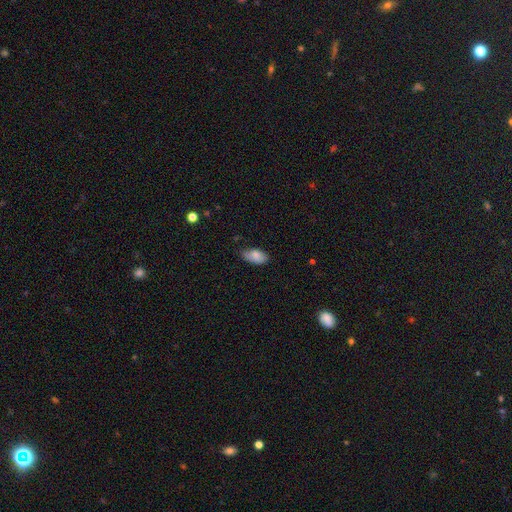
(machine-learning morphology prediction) The model was most divided on "merging": none: 66%, minor disturbance: 28%, major disturbance: 5%, merger: 1%. More confident: how rounded — in between (94%); smooth or featured — smooth (80%).